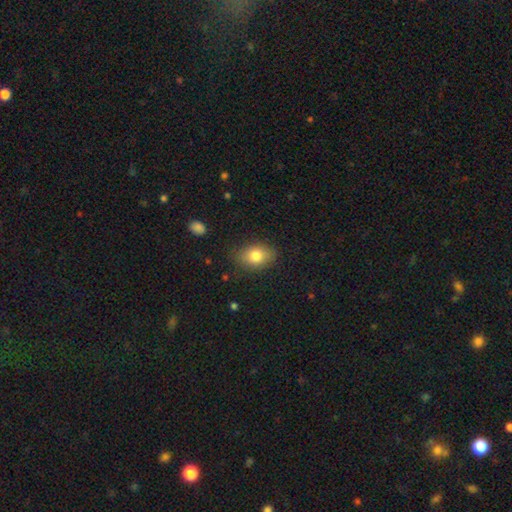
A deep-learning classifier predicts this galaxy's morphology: smooth_or_featured: smooth (p=0.80) [alt: featured or disk p=0.11]
how_rounded: in between (p=0.78) [alt: round p=0.21]
merging: none (p=0.82) [alt: minor disturbance p=0.13]